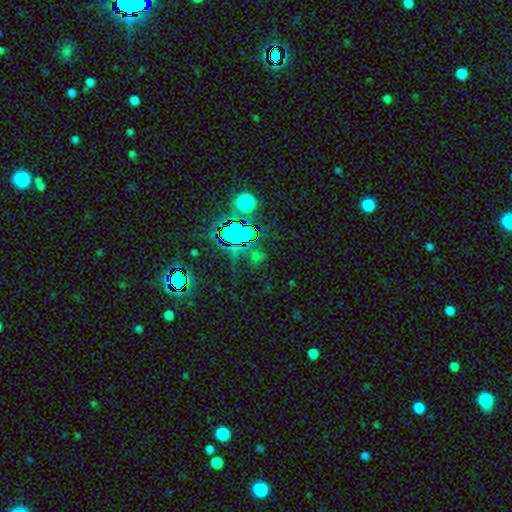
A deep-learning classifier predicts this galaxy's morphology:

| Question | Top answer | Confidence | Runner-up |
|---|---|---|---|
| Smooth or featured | star or artifact | 65% | smooth (25%) |